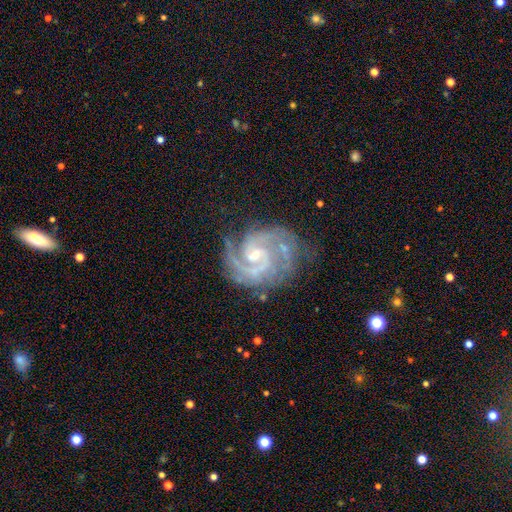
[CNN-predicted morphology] Smooth or featured? Predicted: featured or disk (p=0.92). Edge-on disk? Predicted: no (p=0.98). Bar? Predicted: weak (p=0.51). Spiral arms? Predicted: yes (p=0.98). Spiral winding? Predicted: tight (p=0.51). Spiral arm count? Predicted: 2 (p=0.66). Bulge size? Predicted: small (p=0.56). Merging? Predicted: none (p=0.67).